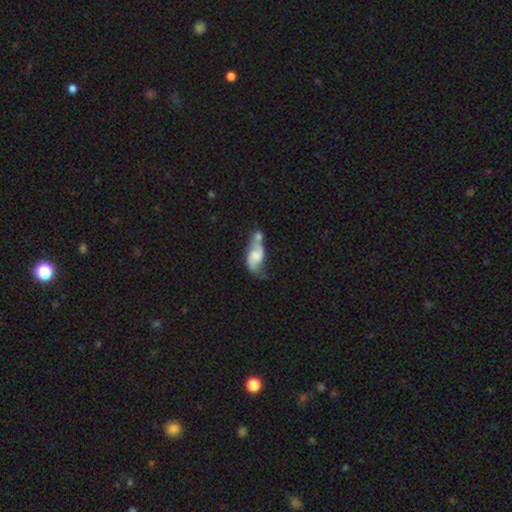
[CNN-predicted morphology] smooth_or_featured: featured or disk (p=0.52) [alt: smooth p=0.41]
disk_edge_on: no (p=0.92) [alt: yes p=0.08]
merging: merger (p=0.48) [alt: none p=0.21]